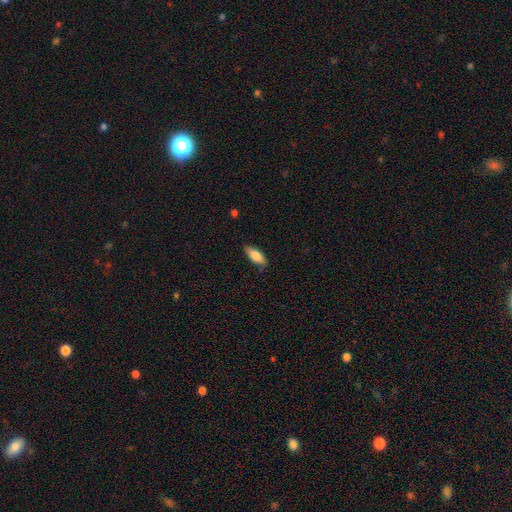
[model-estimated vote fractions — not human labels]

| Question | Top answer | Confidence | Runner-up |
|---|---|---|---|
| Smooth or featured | smooth | 80% | featured or disk (14%) |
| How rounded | in between | 73% | cigar-shaped (25%) |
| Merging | none | 81% | minor disturbance (15%) |